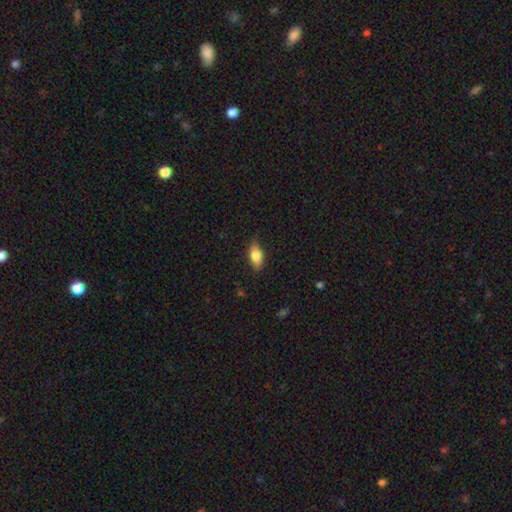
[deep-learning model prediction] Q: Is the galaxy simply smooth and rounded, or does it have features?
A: smooth — 80%.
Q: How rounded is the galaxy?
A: in between — 84%.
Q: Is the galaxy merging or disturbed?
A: none — 79%.